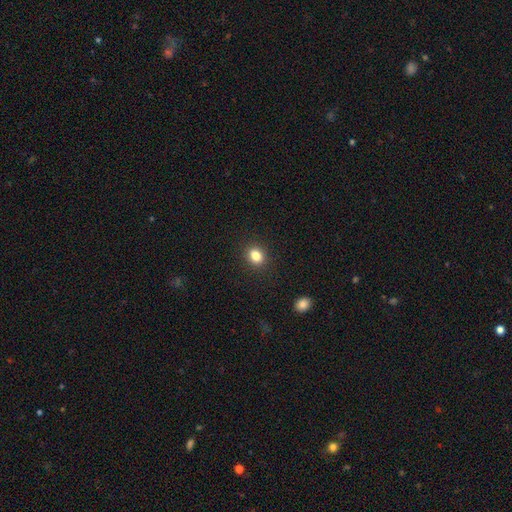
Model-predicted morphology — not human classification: A smooth galaxy with no disk features (83%) that is round (59%). Merging: none (90%).